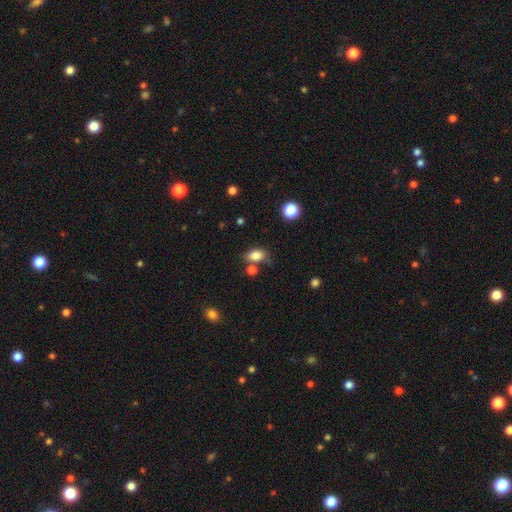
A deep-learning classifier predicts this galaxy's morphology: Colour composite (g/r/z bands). It shows a smooth galaxy with no disk features (83%) that is in between round and cigar-shaped (84%). Merging: none (66%).